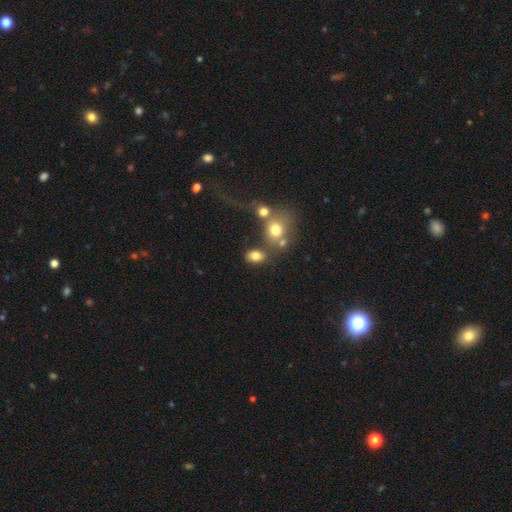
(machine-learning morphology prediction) The model was most divided on "merging": none: 59%, merger: 20%, minor disturbance: 13%, major disturbance: 8%. More confident: smooth or featured — smooth (78%); how rounded — in between (74%).